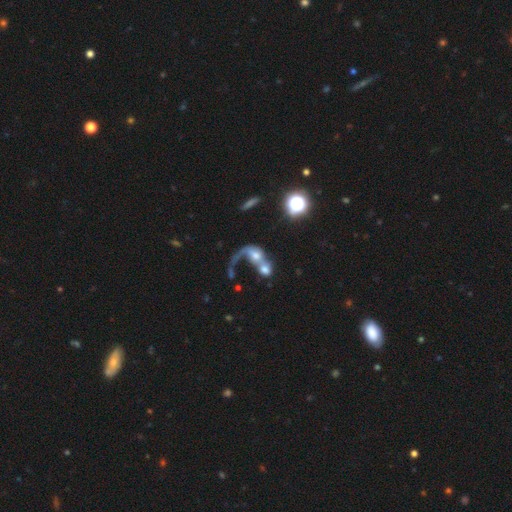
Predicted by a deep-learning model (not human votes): featured or disk 49%, smooth 37%, star or artifact 14%. Down the decision tree: merging — merger (71%).